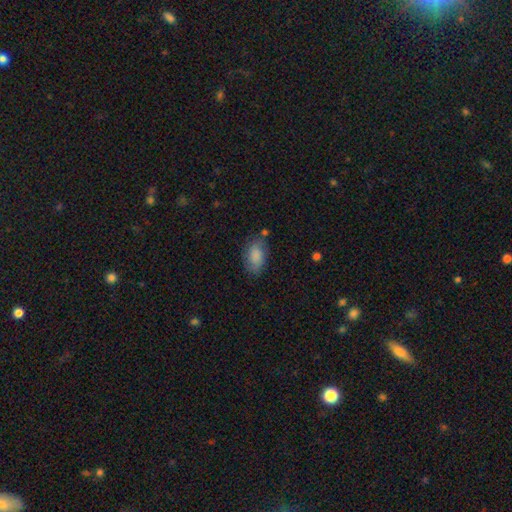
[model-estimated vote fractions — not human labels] Overall: smooth (83%). How rounded: in between (92%). Merging: none (70%).